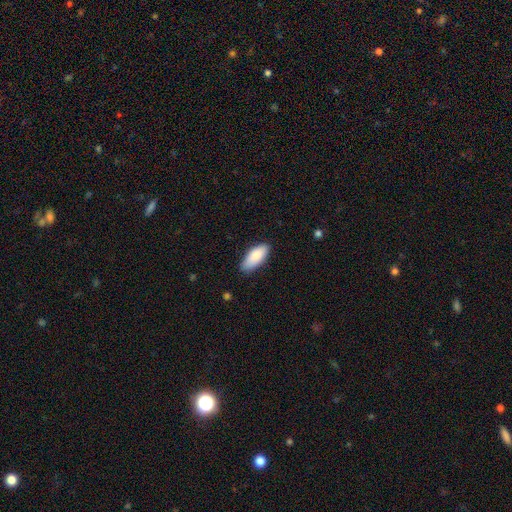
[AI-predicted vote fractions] This is clearly a smooth galaxy (87%). How rounded: clearly in between (84%). Merging: clearly none (81%).